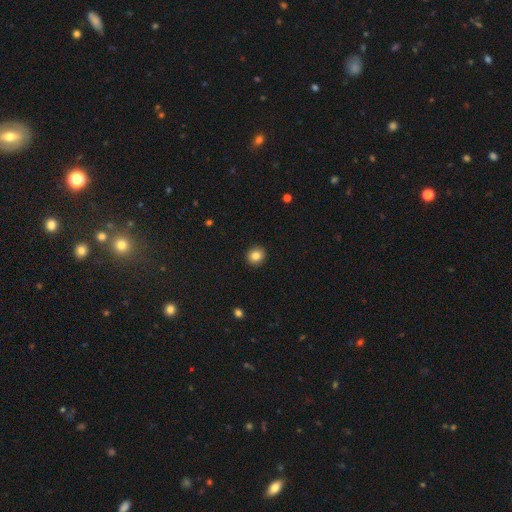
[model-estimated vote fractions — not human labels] This appears to be a smooth galaxy with no disk features (85%) that is round (86%). Merging: none (92%).